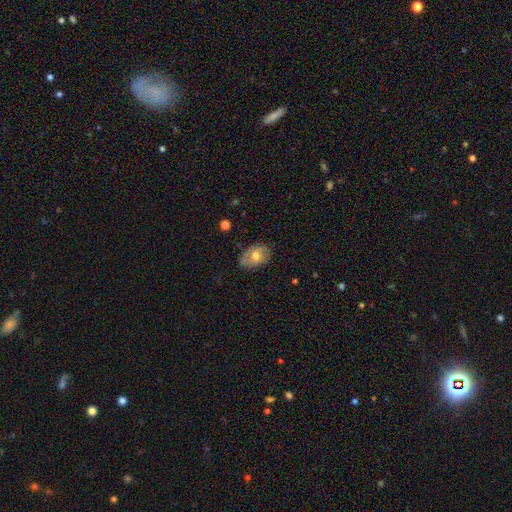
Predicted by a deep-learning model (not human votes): smooth 60%, featured or disk 32%, star or artifact 8%. Down the decision tree: how rounded — in between (82%); merging — none (70%).